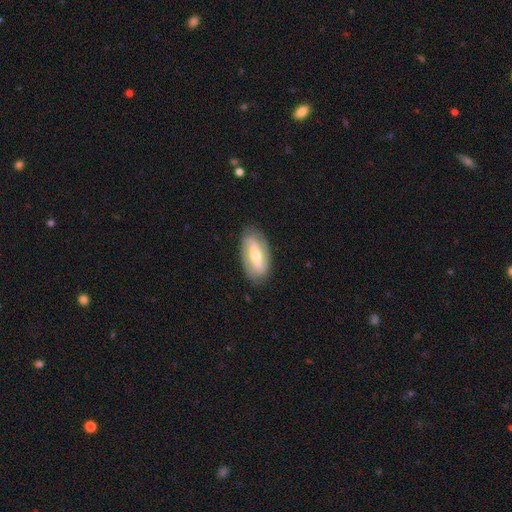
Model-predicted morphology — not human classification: Overall: featured or disk (62%; smooth 33%). Edge-on disk: no (85%). Bar: strong (52%; weak 29%). Spiral arms: yes (61%; no 39%). Bulge size: moderate (59%; small 34%). Merging: none (83%).